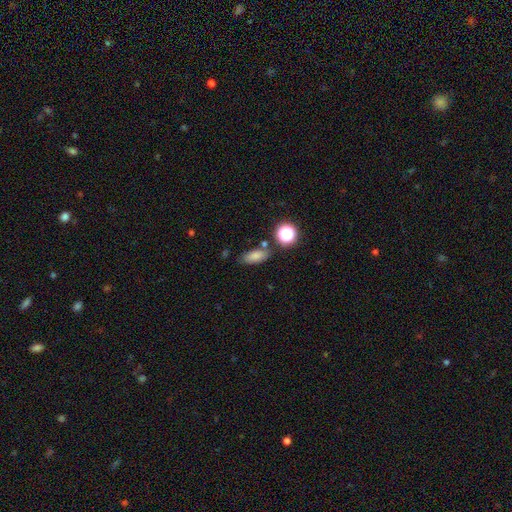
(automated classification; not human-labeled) The model was most divided on "merging": none: 75%, minor disturbance: 14%, merger: 8%, major disturbance: 4%. More confident: how rounded — in between (78%); smooth or featured — smooth (77%).